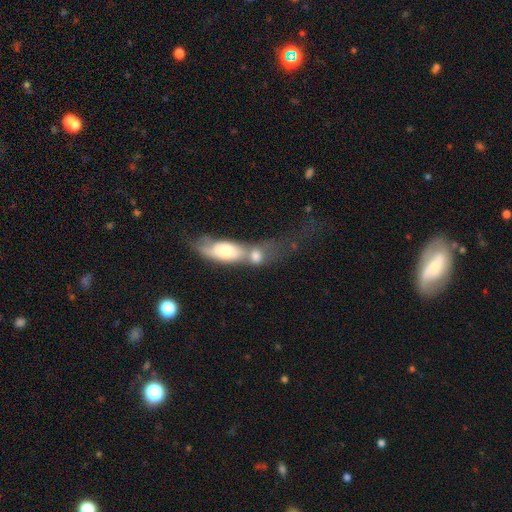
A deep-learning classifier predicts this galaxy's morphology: A smooth galaxy with no disk features (64%) that is in between round and cigar-shaped (70%). Merging: merger (72%).